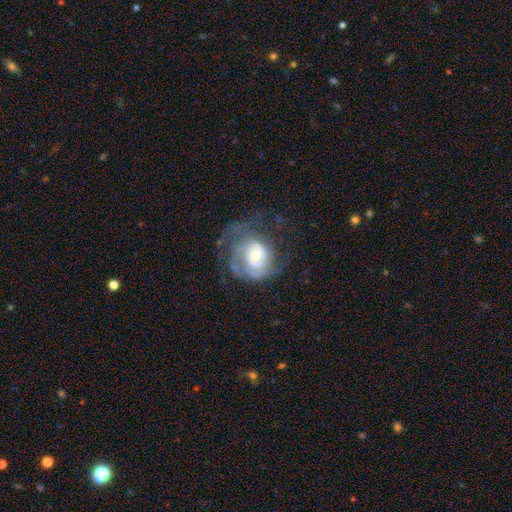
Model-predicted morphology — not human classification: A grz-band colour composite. It shows a featured or disk galaxy (70%) with no bar (74%), tight (50%) spiral arms (77%) and a small central bulge (45%). Merging: none (40%).